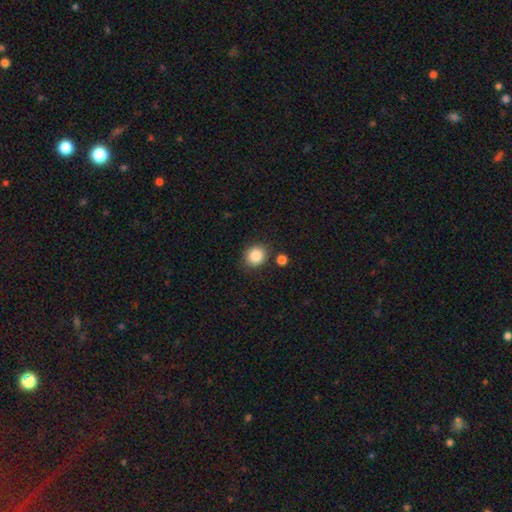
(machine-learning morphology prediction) A smooth galaxy with no disk features (86%) that is round (80%).

Vote fractions:
- Smooth or featured? smooth: 86% / star or artifact: 9% / featured or disk: 5%
- How rounded? round: 80% / in between: 19% / cigar-shaped: 1%
- Merging? none: 83% / minor disturbance: 9% / merger: 5% / major disturbance: 3%